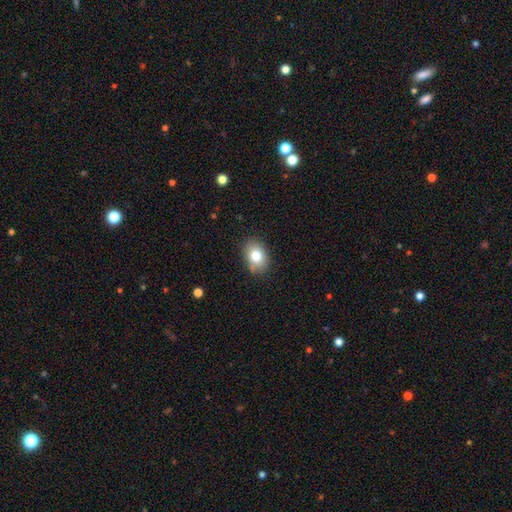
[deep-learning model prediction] Smooth or featured: smooth — 79% (featured or disk — 12%)
How rounded: in between — 72% (round — 27%)
Merging: none — 84% (minor disturbance — 12%)